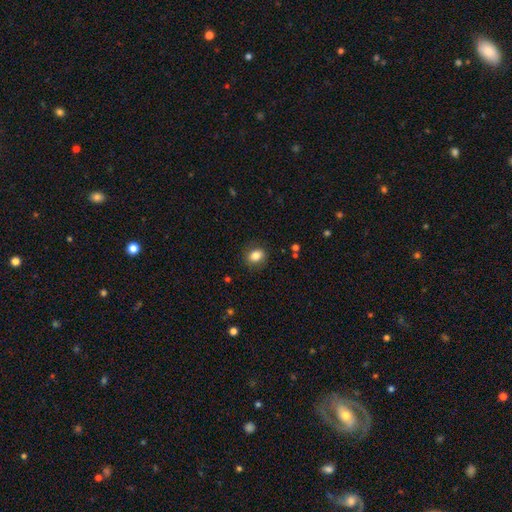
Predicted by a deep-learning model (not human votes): smooth 84%, star or artifact 9%, featured or disk 7%. Down the decision tree: how rounded — in between (57%); merging — none (86%).